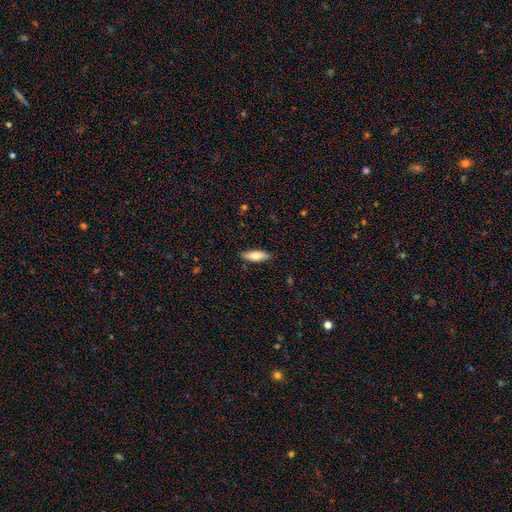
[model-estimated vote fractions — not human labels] Smooth or featured? smooth (72%)
How rounded? in between (56%)
Merging? none (88%)